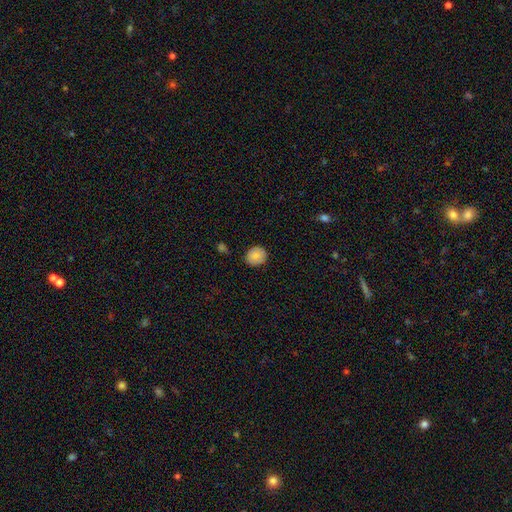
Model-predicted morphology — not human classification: Smooth or featured? Predicted: smooth (p=0.82). How rounded? Predicted: round (p=0.83). Merging? Predicted: none (p=0.84).